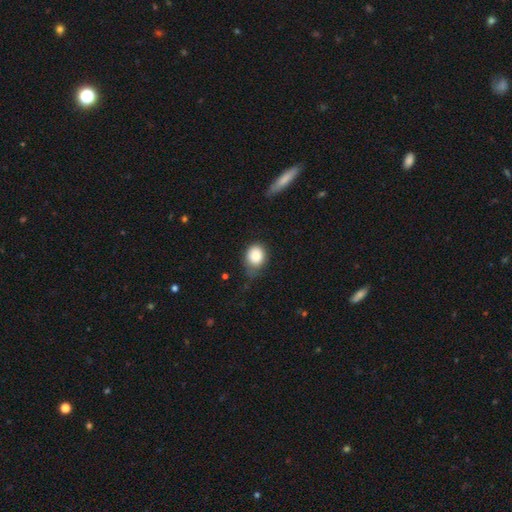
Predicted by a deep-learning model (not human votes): smooth 86%, star or artifact 8%, featured or disk 6%. Down the decision tree: how rounded — round (58%); merging — none (48%).